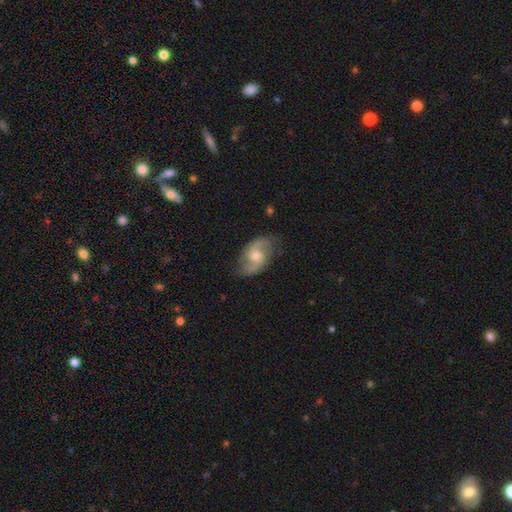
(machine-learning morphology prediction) featured or disk 77%, smooth 17%, star or artifact 6%. Down the decision tree: edge-on disk — no (96%); bar — no (49%); spiral arms — yes (94%); spiral arm count — 2 (90%); spiral winding — medium (48%); bulge size — moderate (61%); merging — none (75%).